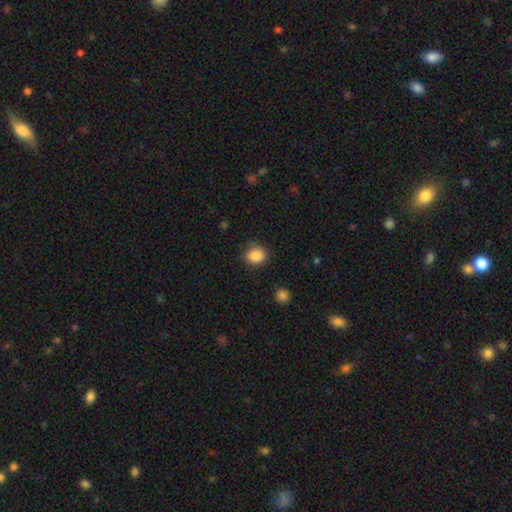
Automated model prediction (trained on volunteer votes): Smooth or featured? smooth (87%)
How rounded? round (59%)
Merging? none (80%)